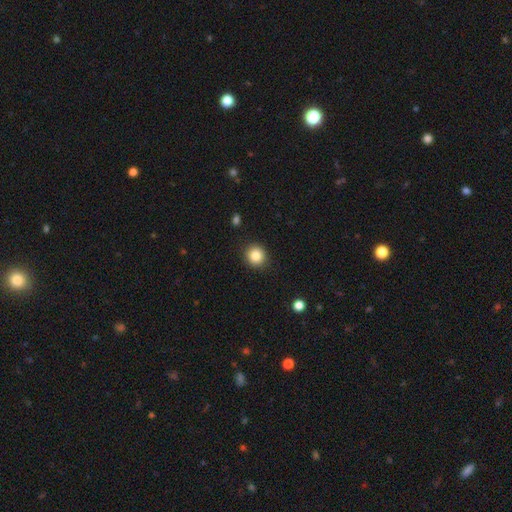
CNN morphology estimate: Smooth or featured? smooth (85%)
How rounded? round (88%)
Merging? none (90%)